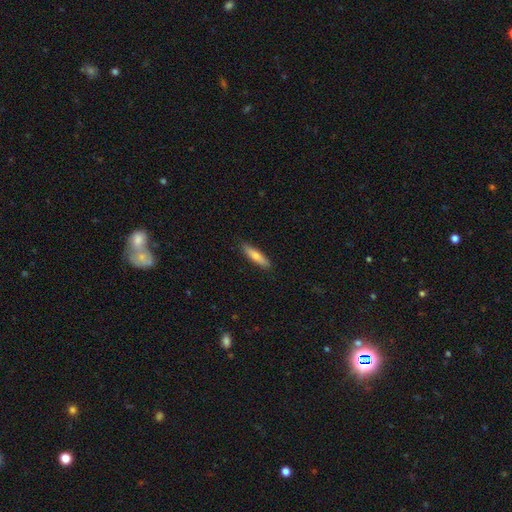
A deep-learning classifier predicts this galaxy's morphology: Smooth or featured? smooth (65%)
How rounded? cigar-shaped (81%)
Merging? none (89%)